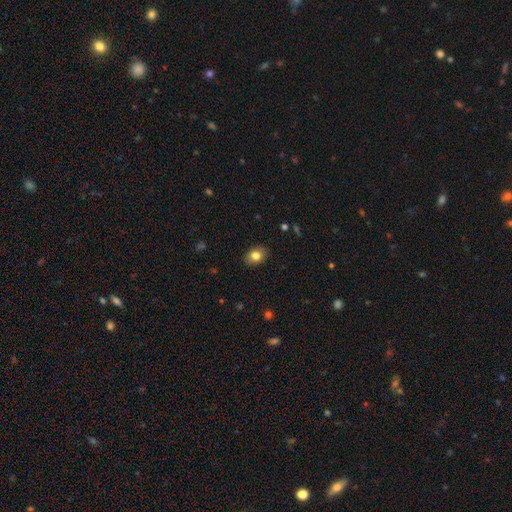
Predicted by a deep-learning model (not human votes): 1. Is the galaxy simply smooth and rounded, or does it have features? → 81% smooth, 10% featured or disk, 9% star or artifact.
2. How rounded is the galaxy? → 70% in between, 29% round, 1% cigar-shaped.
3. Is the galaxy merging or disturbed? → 88% none, 9% minor disturbance, 2% major disturbance, 1% merger.